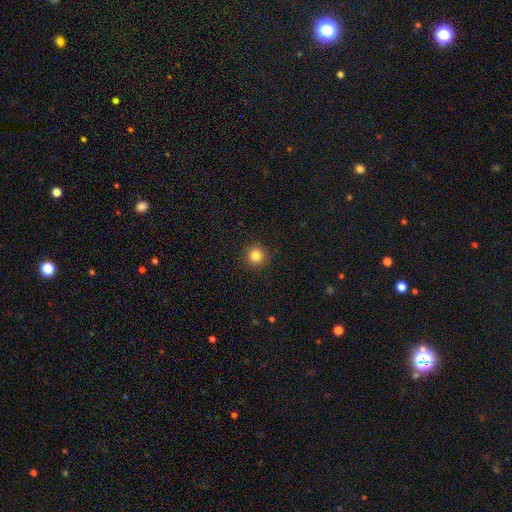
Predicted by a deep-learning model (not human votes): Q: Smooth or featured?
A: smooth (84%); runner-up: star or artifact (11%)
Q: How rounded?
A: round (95%); runner-up: in between (4%)
Q: Merging?
A: none (92%); runner-up: minor disturbance (6%)